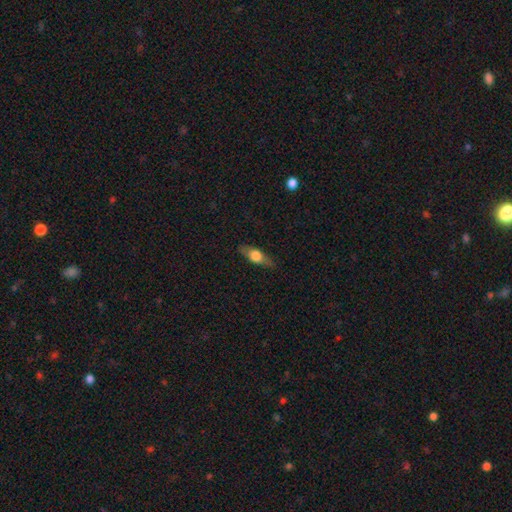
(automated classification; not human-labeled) Smooth or featured: smooth — 52% (featured or disk — 41%)
How rounded: in between — 58% (cigar-shaped — 35%)
Merging: none — 82% (minor disturbance — 13%)